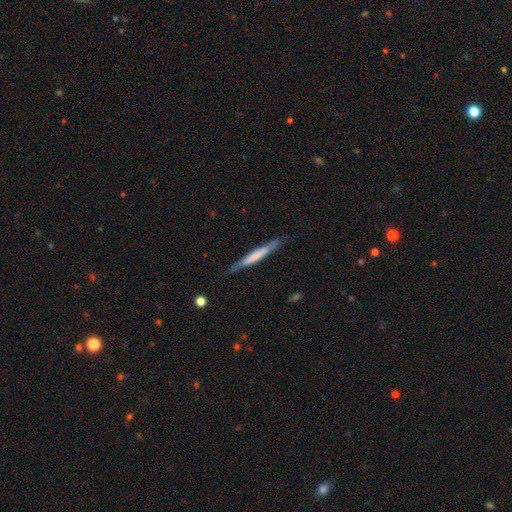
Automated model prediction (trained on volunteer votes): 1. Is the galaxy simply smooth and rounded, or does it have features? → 48% smooth, 47% featured or disk, 5% star or artifact.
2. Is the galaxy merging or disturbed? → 80% none, 15% minor disturbance, 3% major disturbance, 2% merger.